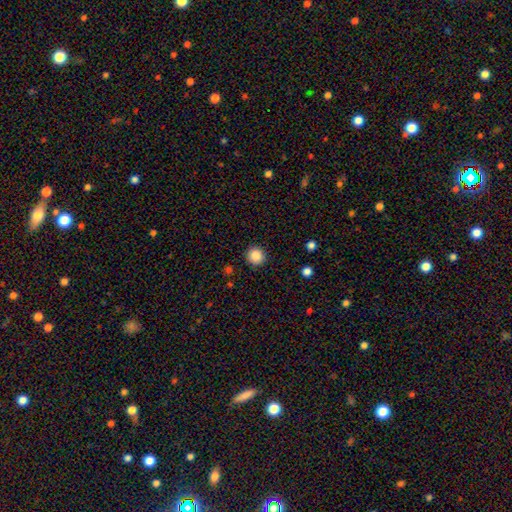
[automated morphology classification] Overall: smooth (87%). How rounded: round (93%). Merging: none (91%).